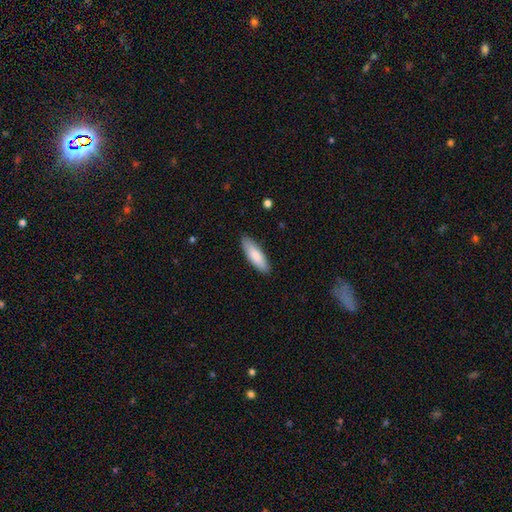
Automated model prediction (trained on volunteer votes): Morphology: type=smooth (83%); roundness=in between (50%); merging=none (88%).